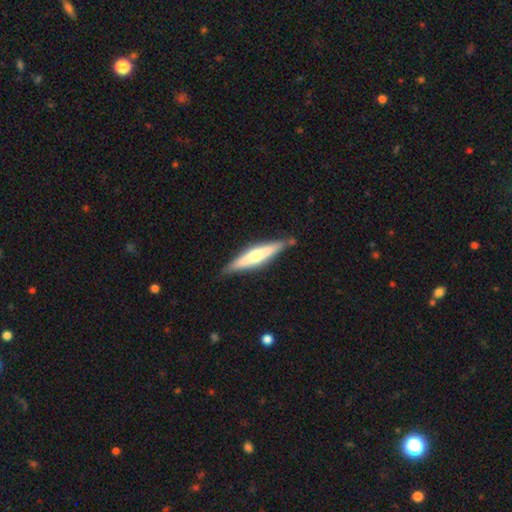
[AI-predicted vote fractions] A featured or disk galaxy (53%) viewed edge-on (94%) with a rounded central bulge (79%). Merging: none (83%).